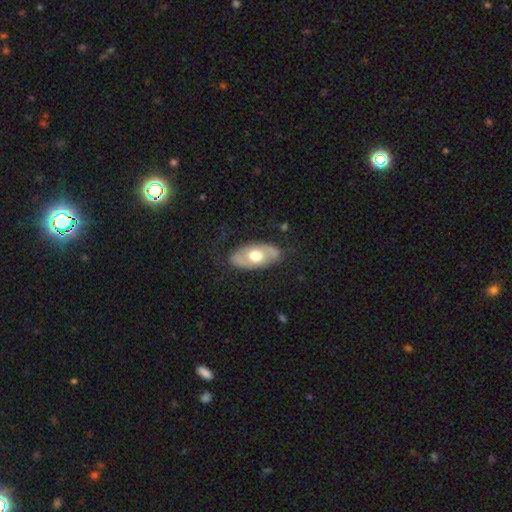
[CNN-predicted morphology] This appears to be a smooth galaxy with no disk features (49%). Merging: none (78%).